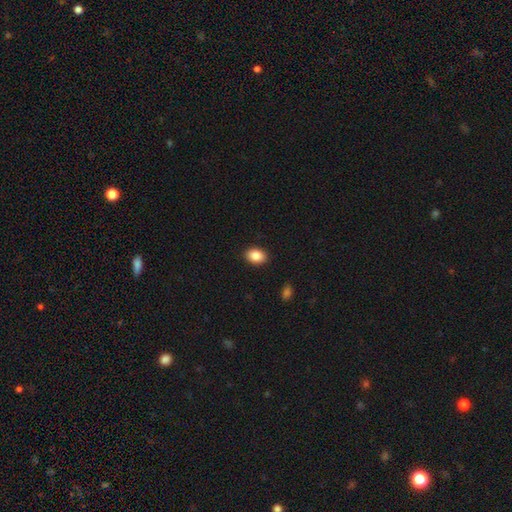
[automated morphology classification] This is clearly a smooth galaxy (87%). How rounded: likely in between (79%). Merging: clearly none (89%).